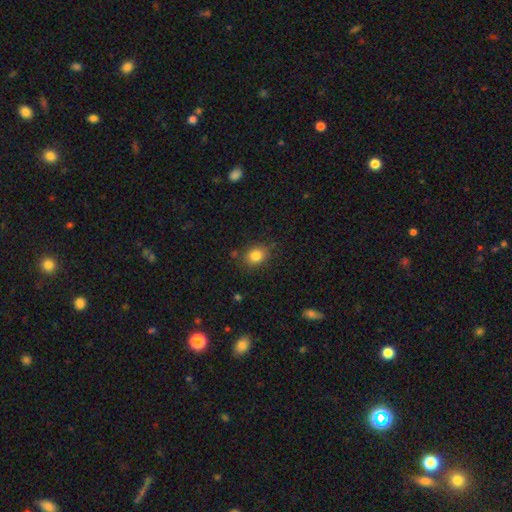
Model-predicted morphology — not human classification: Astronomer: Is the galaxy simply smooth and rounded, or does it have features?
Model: smooth — 83%.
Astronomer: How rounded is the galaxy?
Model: round — 53% (runner-up: in between, 46%).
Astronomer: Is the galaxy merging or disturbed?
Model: none — 79%.